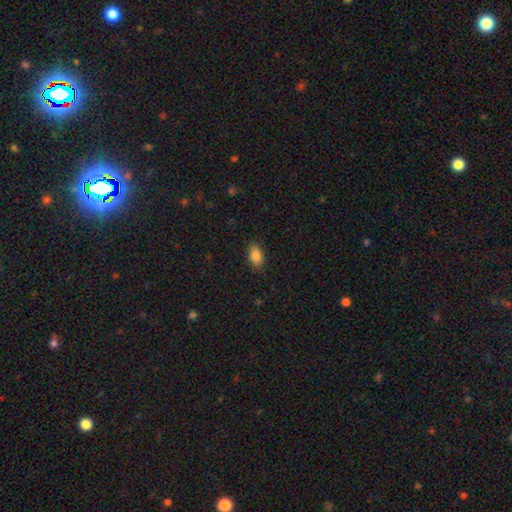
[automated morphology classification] This appears to be a smooth galaxy with no disk features (86%) that is in between round and cigar-shaped (88%). Merging: none (87%).